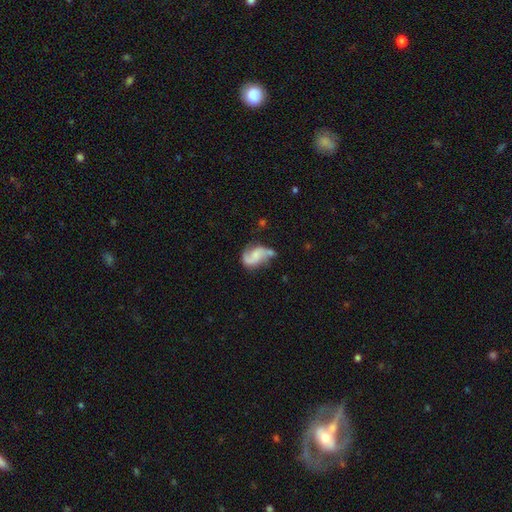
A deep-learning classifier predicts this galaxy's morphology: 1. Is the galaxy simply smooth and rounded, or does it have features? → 69% featured or disk, 24% smooth, 8% star or artifact.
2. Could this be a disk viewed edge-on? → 97% no, 3% yes.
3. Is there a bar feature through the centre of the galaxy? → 57% no, 33% weak, 10% strong.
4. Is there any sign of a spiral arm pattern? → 90% yes, 10% no.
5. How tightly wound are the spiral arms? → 53% loose, 35% medium, 12% tight.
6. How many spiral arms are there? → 80% 2, 12% 1, 5% can't tell, 1% 3, 1% 4, 1% more than 4.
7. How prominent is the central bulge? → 39% none, 34% small, 20% moderate, 5% large, 2% dominant.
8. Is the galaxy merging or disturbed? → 42% none, 24% minor disturbance, 18% major disturbance, 15% merger.